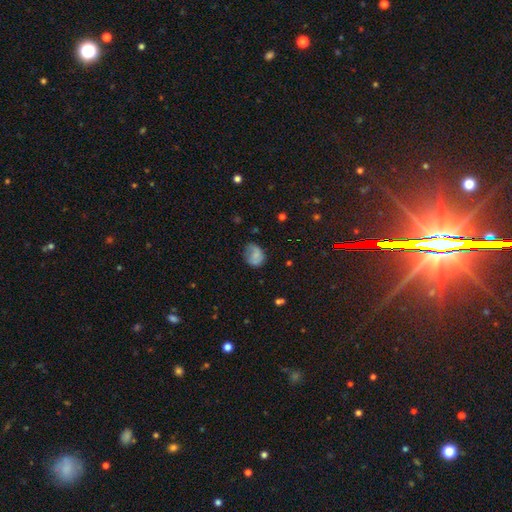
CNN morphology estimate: A smooth galaxy with no disk features (66%) that is in between round and cigar-shaped (50%). Merging: none (55%).